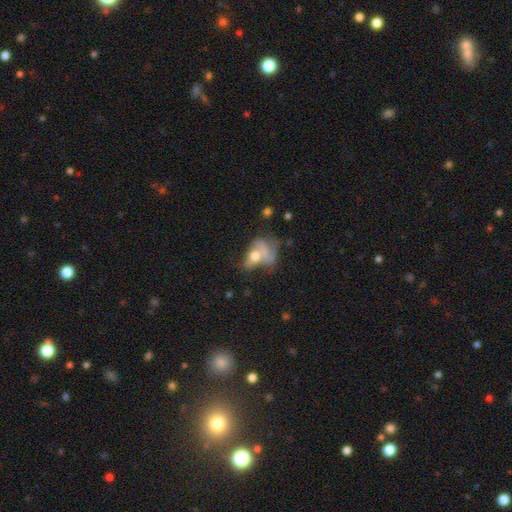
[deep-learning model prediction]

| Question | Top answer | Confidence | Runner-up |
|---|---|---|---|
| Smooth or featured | featured or disk | 46% | smooth (43%) |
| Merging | major disturbance | 34% | tied: merger (34%) |